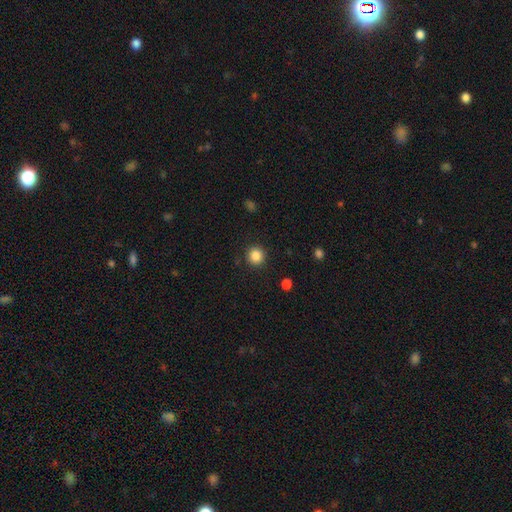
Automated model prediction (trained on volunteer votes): Smooth or featured: smooth — 86% (star or artifact — 10%)
How rounded: round — 93% (in between — 6%)
Merging: none — 91% (minor disturbance — 6%)